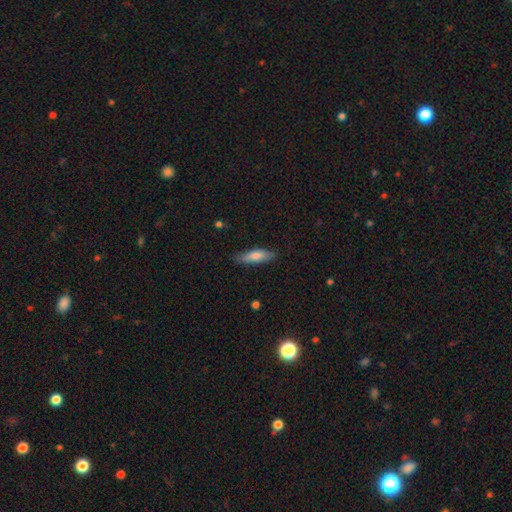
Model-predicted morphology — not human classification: The model was most divided on "how rounded": cigar-shaped: 63%, in between: 35%, round: 2%. More confident: merging — none (84%); smooth or featured — smooth (71%).